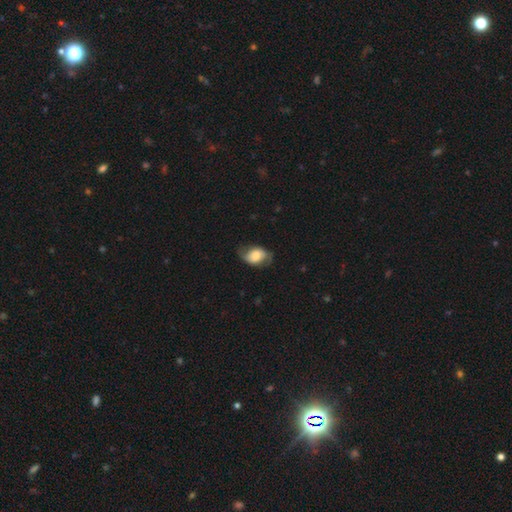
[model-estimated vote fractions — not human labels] The model was most divided on "smooth or featured": smooth: 55%, featured or disk: 37%, star or artifact: 7%. More confident: how rounded — in between (78%); merging — none (63%).